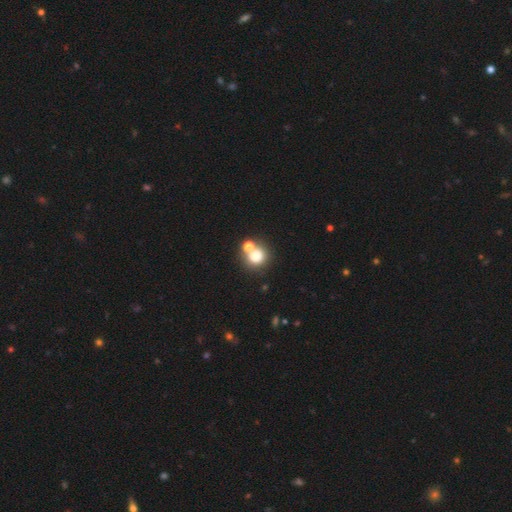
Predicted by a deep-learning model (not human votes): This is likely a smooth galaxy (75%). How rounded: clearly round (85%). Merging: possibly none (52%).